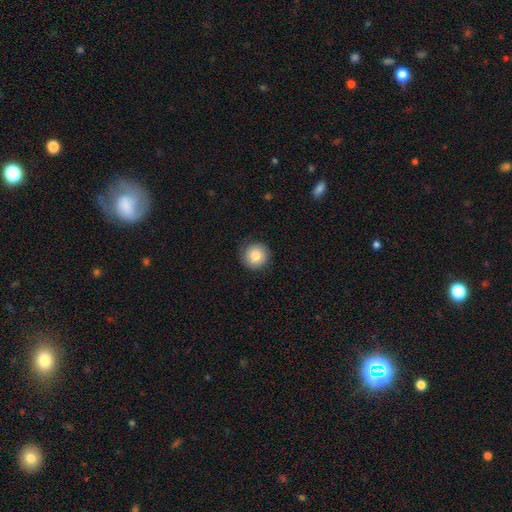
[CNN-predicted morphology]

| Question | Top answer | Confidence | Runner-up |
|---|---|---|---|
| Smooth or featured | smooth | 85% | star or artifact (8%) |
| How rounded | round | 94% | in between (5%) |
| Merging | none | 88% | minor disturbance (8%) |